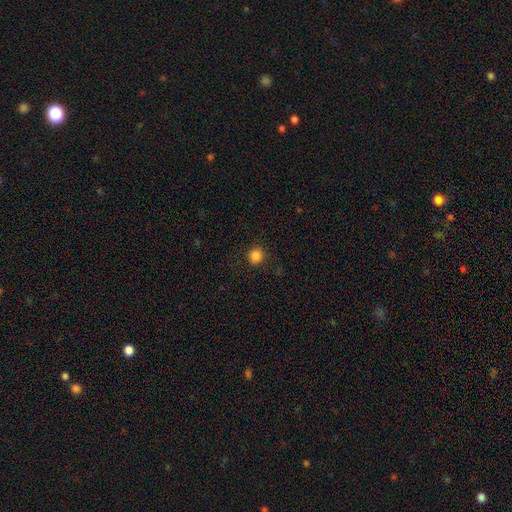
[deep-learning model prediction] Smooth or featured: smooth — 85% (star or artifact — 11%)
How rounded: round — 90% (in between — 9%)
Merging: none — 90% (minor disturbance — 7%)